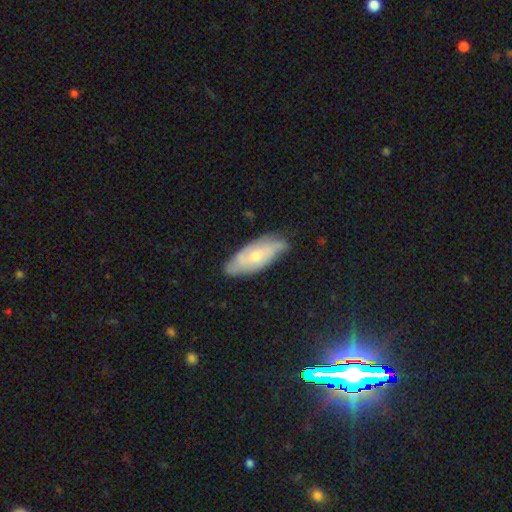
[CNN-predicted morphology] Smooth or featured? Predicted: featured or disk (p=0.58). Edge-on disk? Predicted: no (p=0.83). Merging? Predicted: none (p=0.70).